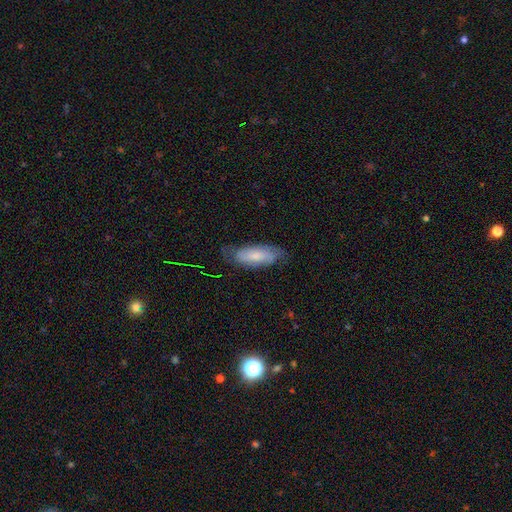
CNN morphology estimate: Smooth or featured? smooth (48%)
Merging? none (70%)